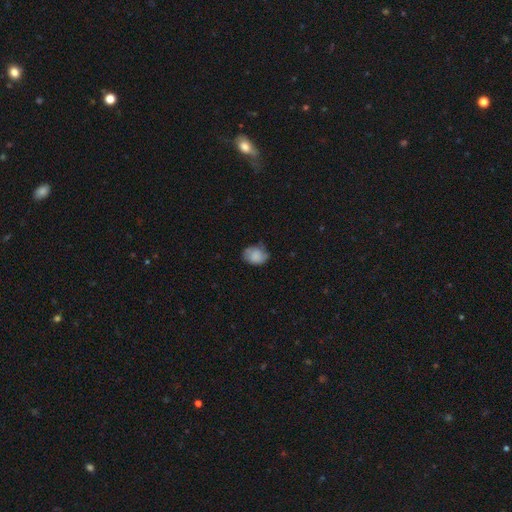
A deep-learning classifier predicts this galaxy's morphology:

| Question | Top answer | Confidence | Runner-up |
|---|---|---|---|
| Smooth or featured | smooth | 74% | featured or disk (18%) |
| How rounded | in between | 57% | round (42%) |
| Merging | none | 55% | minor disturbance (32%) |